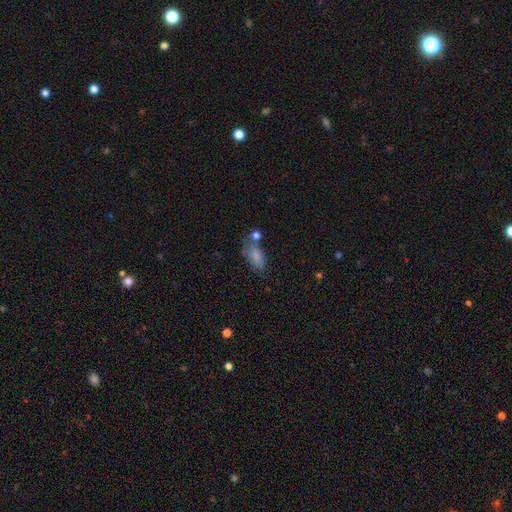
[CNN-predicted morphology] smooth-or-featured: smooth: 77% | featured or disk: 15% | star or artifact: 9%
  how-rounded: in between: 87% | cigar-shaped: 9% | round: 4%
  merging: none: 48% | minor disturbance: 24% | merger: 16% | major disturbance: 11%